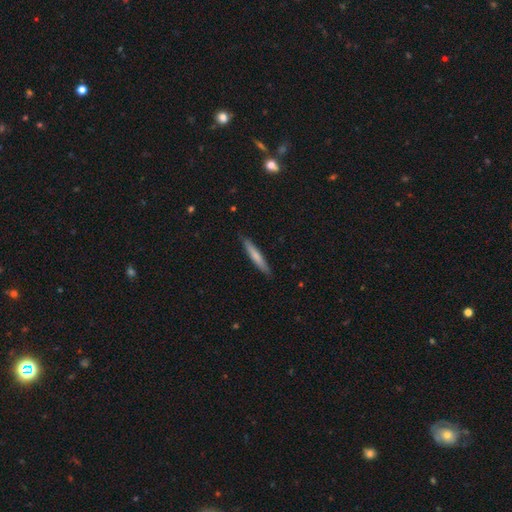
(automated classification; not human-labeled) Q: Smooth or featured?
A: smooth (70%); runner-up: featured or disk (24%)
Q: How rounded?
A: cigar-shaped (94%); runner-up: in between (5%)
Q: Merging?
A: none (89%); runner-up: minor disturbance (9%)